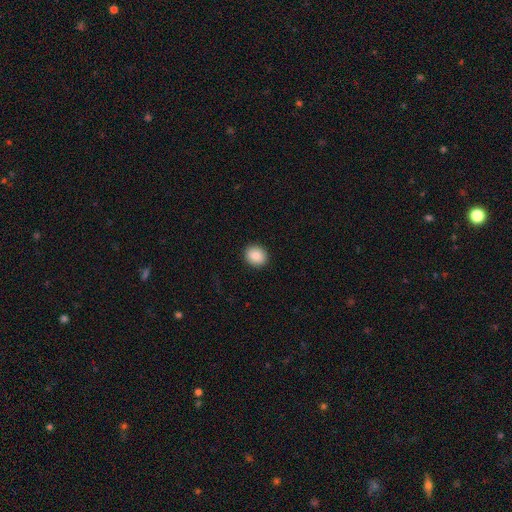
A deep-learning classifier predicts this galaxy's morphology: Smooth or featured? Predicted: smooth (p=0.87). How rounded? Predicted: round (p=0.68). Merging? Predicted: none (p=0.91).